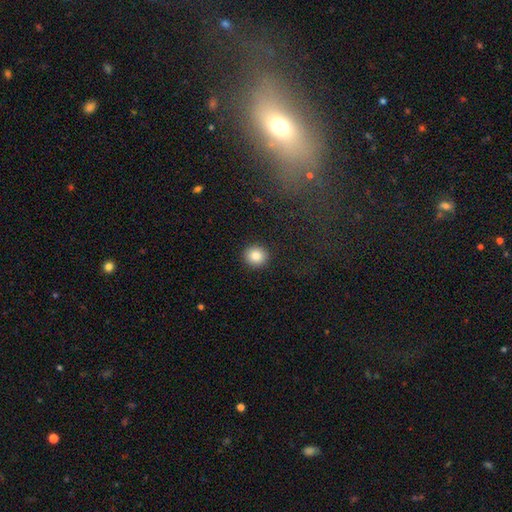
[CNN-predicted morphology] This is clearly a smooth galaxy (85%). How rounded: clearly round (91%). Merging: clearly none (92%).